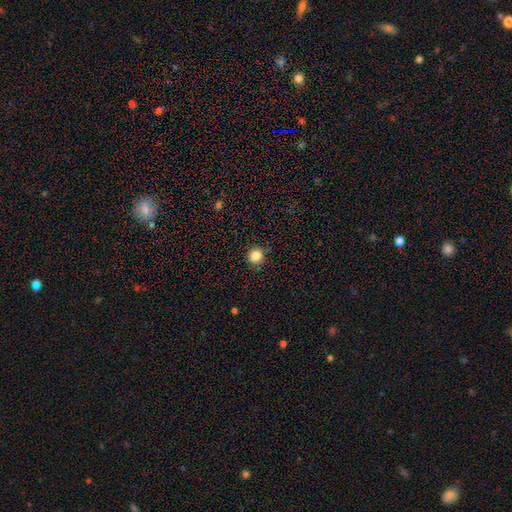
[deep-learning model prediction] Smooth or featured: smooth — 84% (star or artifact — 12%)
How rounded: round — 94% (in between — 5%)
Merging: none — 89% (minor disturbance — 8%)